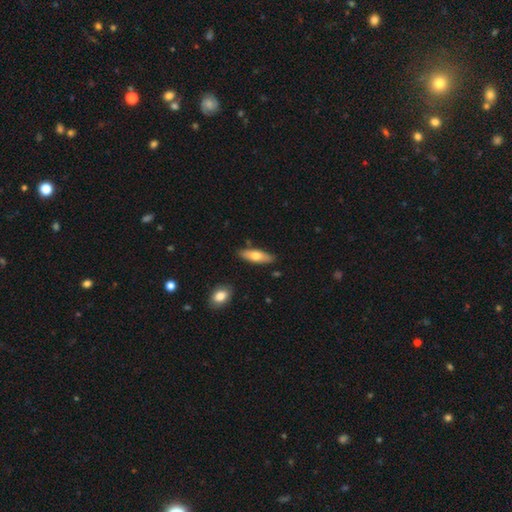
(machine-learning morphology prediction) Smooth or featured? Predicted: smooth (p=0.65). How rounded? Predicted: in between (p=0.55). Merging? Predicted: none (p=0.84).